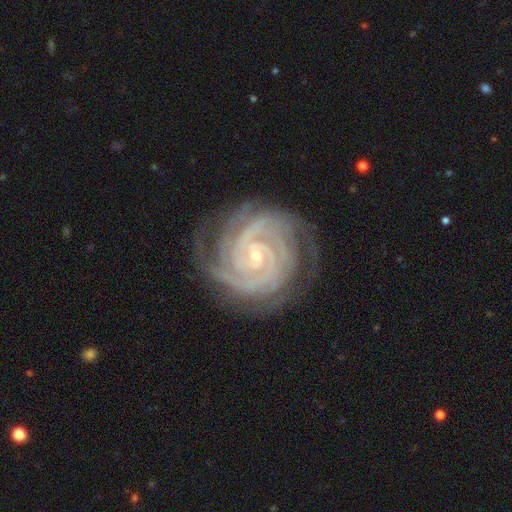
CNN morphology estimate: The model was most divided on "spiral arm count": 2: 26%, 3: 24%, 4: 22%, can't tell: 12%, more than 4: 10%, 1: 7%. More confident: spiral arms — yes (99%); edge-on disk — no (98%); smooth or featured — featured or disk (93%); spiral winding — tight (86%); bulge size — small (82%); merging — none (79%); bar — no (51%).